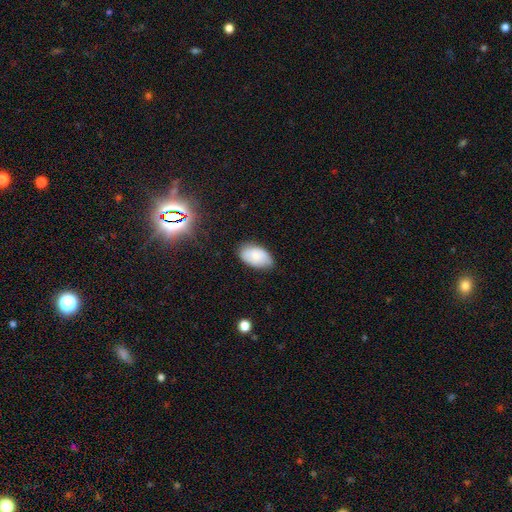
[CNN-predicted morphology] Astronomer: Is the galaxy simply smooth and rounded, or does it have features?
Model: smooth — 77%.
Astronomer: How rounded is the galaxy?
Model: in between — 94%.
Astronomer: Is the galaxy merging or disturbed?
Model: none — 74%.